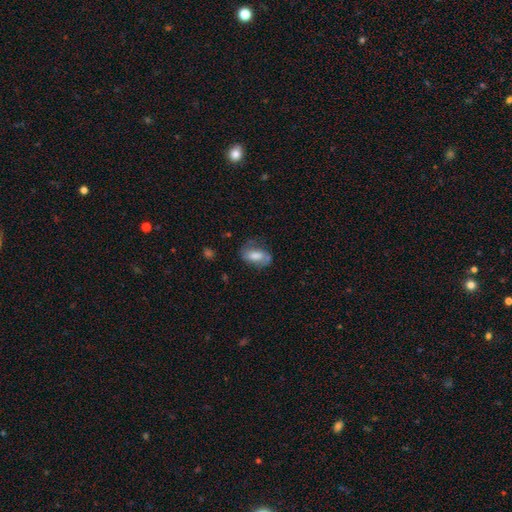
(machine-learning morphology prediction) Smooth or featured: smooth — 64% (featured or disk — 28%)
How rounded: in between — 87% (round — 8%)
Merging: none — 54% (minor disturbance — 27%)